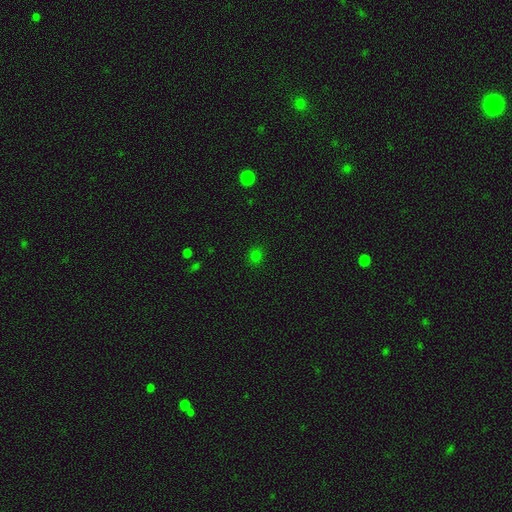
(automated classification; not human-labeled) This is likely a smooth galaxy (75%). How rounded: likely round (75%). Merging: clearly none (87%).